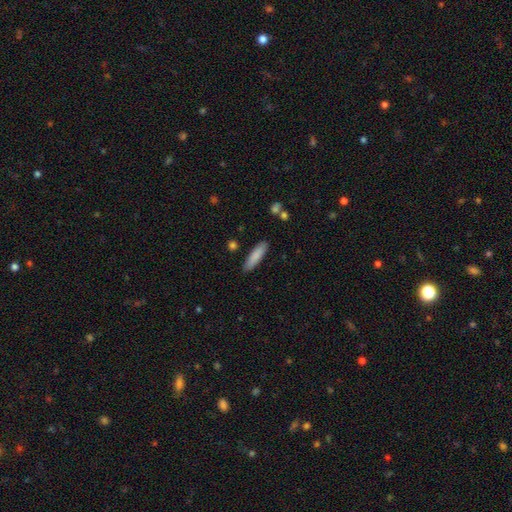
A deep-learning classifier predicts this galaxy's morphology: Smooth or featured? smooth (84%)
How rounded? cigar-shaped (74%)
Merging? none (88%)